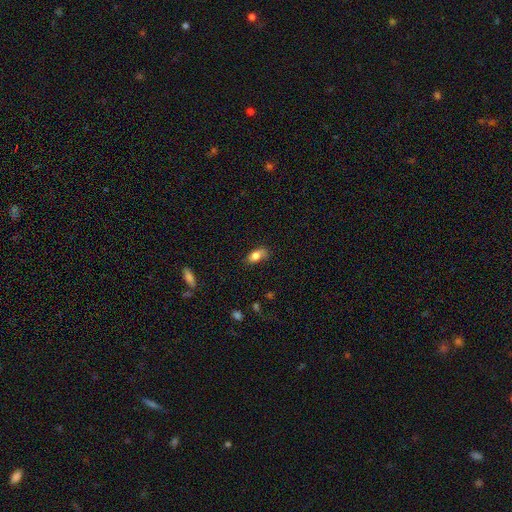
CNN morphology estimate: This appears to be a smooth galaxy with no disk features (80%) that is in between round and cigar-shaped (87%). Merging: none (70%).